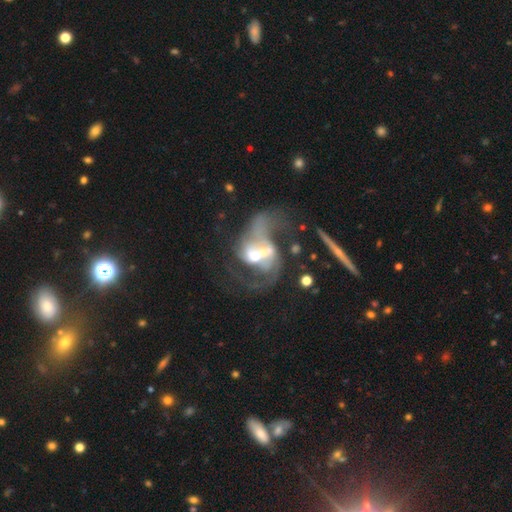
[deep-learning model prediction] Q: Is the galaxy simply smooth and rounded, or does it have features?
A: featured or disk — 79%.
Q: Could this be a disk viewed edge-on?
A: no — 97%.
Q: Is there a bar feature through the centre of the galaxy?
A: no — 46%.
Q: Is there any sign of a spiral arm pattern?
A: yes — 83%.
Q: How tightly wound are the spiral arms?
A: loose — 62%.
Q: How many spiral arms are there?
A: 2 — 76%.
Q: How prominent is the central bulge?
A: moderate — 57%.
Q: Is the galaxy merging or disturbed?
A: merger — 59%.